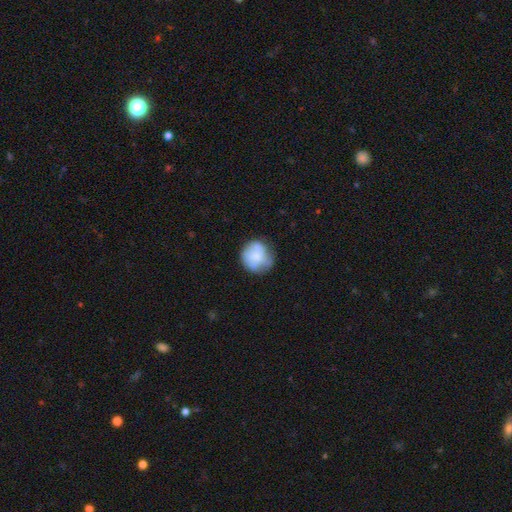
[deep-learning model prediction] Smooth or featured?
  - smooth: 67% *
  - featured or disk: 25%
  - star or artifact: 8%
How rounded?
  - round: 86% *
  - in between: 13%
  - cigar-shaped: 1%
Merging?
  - none: 59% *
  - minor disturbance: 28%
  - major disturbance: 10%
  - merger: 3%